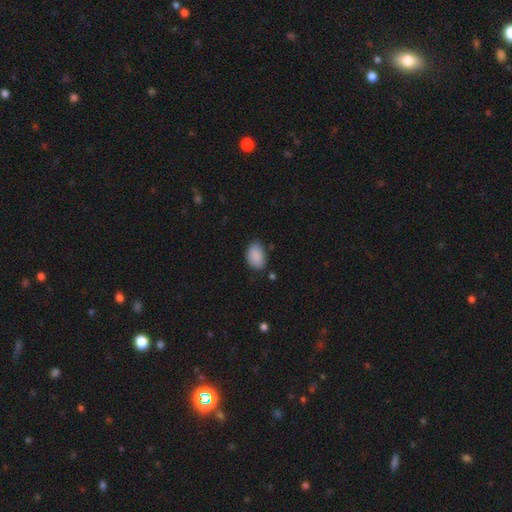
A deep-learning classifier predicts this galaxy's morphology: This is clearly a smooth galaxy (89%). How rounded: clearly in between (88%). Merging: likely none (74%).